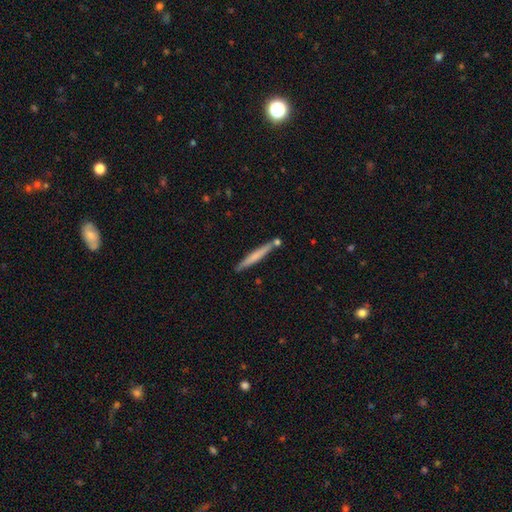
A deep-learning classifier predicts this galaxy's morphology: Smooth or featured? Predicted: smooth (p=0.60). How rounded? Predicted: cigar-shaped (p=0.96). Merging? Predicted: none (p=0.82).